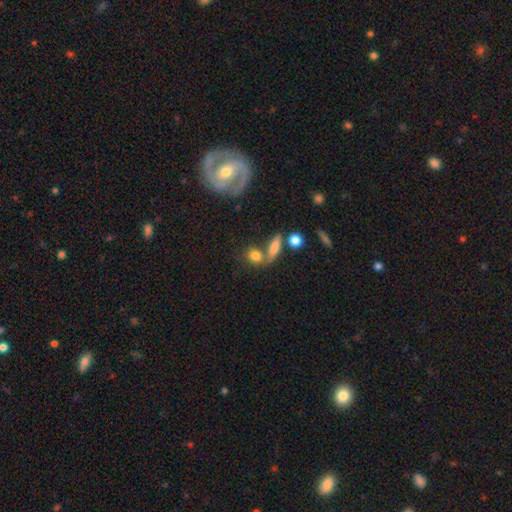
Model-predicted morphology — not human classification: Smooth or featured? Predicted: smooth (p=0.78). How rounded? Predicted: round (p=0.46). Merging? Predicted: none (p=0.51).